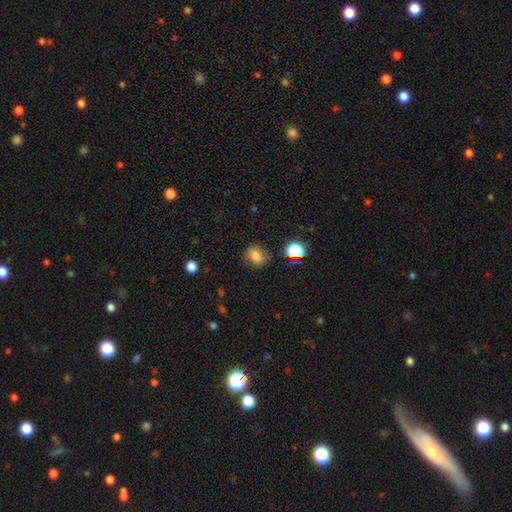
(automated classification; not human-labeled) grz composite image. It shows a smooth galaxy with no disk features (74%) that is round (56%). Merging: none (73%).